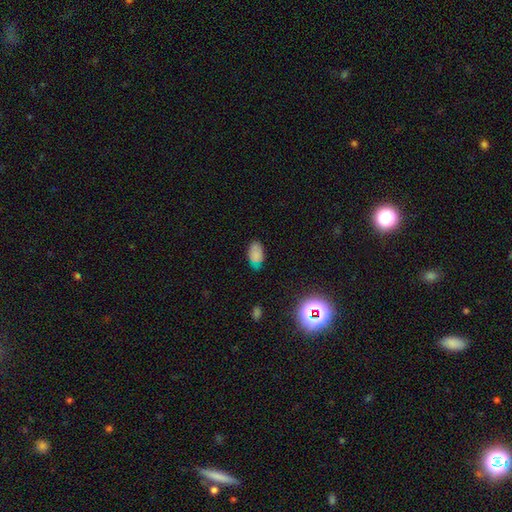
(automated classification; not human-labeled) smooth-or-featured: smooth: 78% | star or artifact: 14% | featured or disk: 8%
  how-rounded: in between: 93% | round: 6% | cigar-shaped: 2%
  merging: none: 67% | minor disturbance: 25% | major disturbance: 6% | merger: 2%